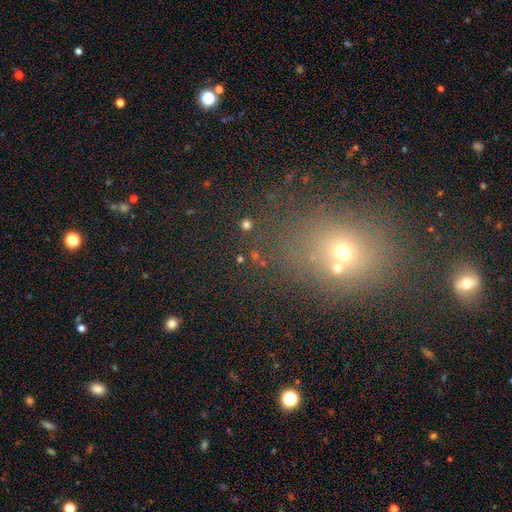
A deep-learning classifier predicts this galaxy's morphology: Overall: smooth (46%; star or artifact 41%). Merging: none (64%).